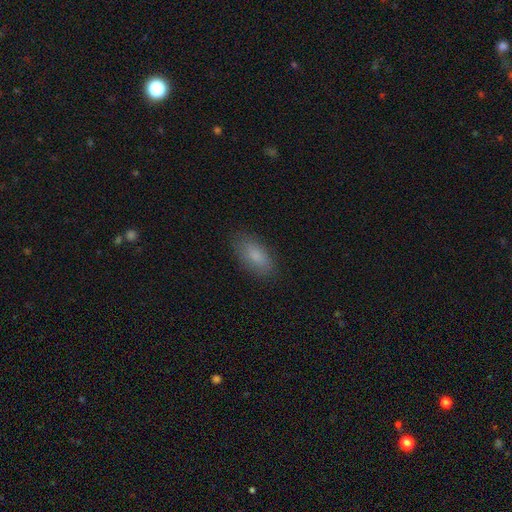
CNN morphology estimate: smooth-or-featured: smooth: 85% | featured or disk: 8% | star or artifact: 7%
  how-rounded: in between: 89% | cigar-shaped: 9% | round: 3%
  merging: none: 84% | minor disturbance: 12% | major disturbance: 3% | merger: 1%